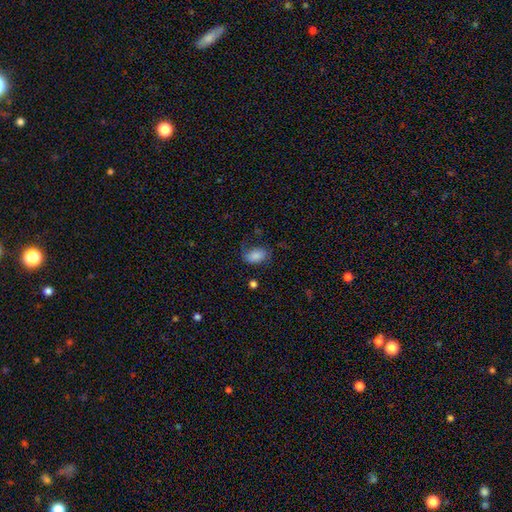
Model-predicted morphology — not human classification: This appears to be a smooth galaxy with no disk features (80%) that is in between round and cigar-shaped (90%). Merging: none (58%).